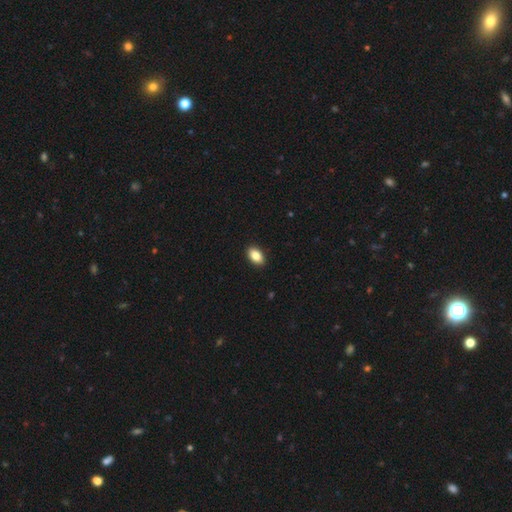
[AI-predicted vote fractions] A smooth galaxy with no disk features (85%) that is in between round and cigar-shaped (91%). Merging: none (91%).